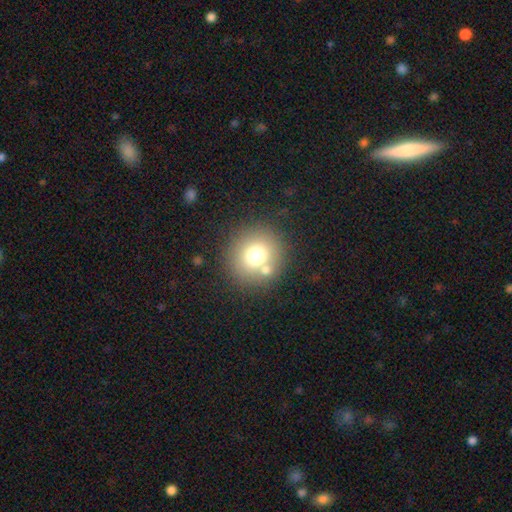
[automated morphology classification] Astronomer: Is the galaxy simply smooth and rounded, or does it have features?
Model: smooth — 71%.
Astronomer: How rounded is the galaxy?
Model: round — 92%.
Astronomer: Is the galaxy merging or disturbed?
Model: none — 74%.